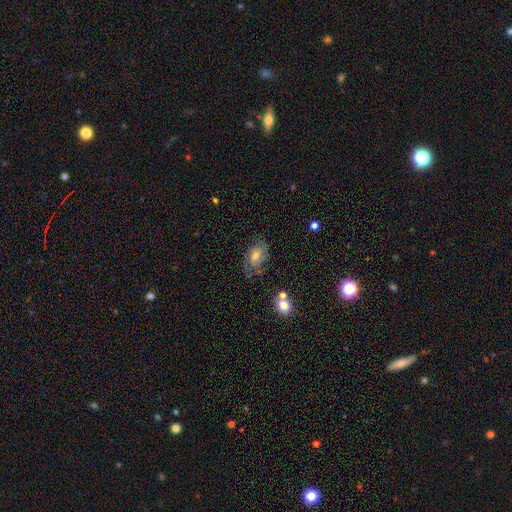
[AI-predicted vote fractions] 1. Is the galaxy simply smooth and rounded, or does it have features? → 64% featured or disk, 23% smooth, 13% star or artifact.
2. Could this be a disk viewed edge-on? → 96% no, 4% yes.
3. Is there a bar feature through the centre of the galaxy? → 60% no, 34% weak, 6% strong.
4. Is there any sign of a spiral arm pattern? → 90% yes, 10% no.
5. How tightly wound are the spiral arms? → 44% tight, 42% medium, 14% loose.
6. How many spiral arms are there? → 56% 2, 26% can't tell, 9% 3, 4% 1, 3% 4, 3% more than 4.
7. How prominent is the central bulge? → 52% moderate, 31% small, 10% large, 5% none, 2% dominant.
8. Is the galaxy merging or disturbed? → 71% none, 19% minor disturbance, 8% major disturbance, 2% merger.